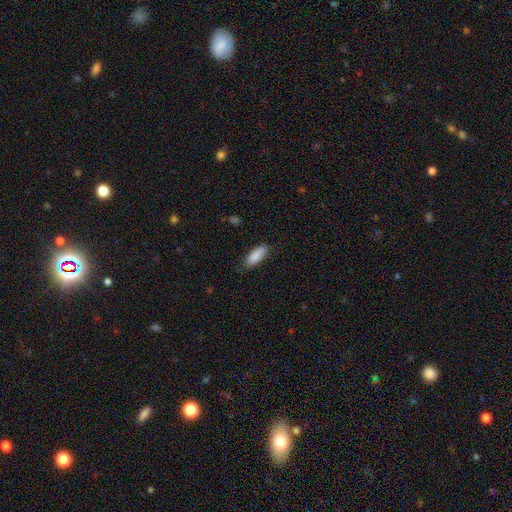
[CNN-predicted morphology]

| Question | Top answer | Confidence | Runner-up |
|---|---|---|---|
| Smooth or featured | smooth | 89% | star or artifact (6%) |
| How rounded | in between | 71% | cigar-shaped (27%) |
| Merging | none | 83% | minor disturbance (14%) |